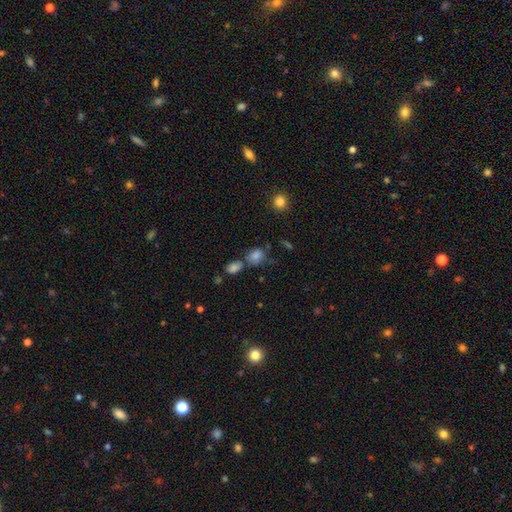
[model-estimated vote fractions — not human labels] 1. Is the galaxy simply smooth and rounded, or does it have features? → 64% smooth, 22% star or artifact, 15% featured or disk.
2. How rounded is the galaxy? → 52% round, 45% in between, 2% cigar-shaped.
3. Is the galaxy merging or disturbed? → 47% none, 30% merger, 15% minor disturbance, 8% major disturbance.